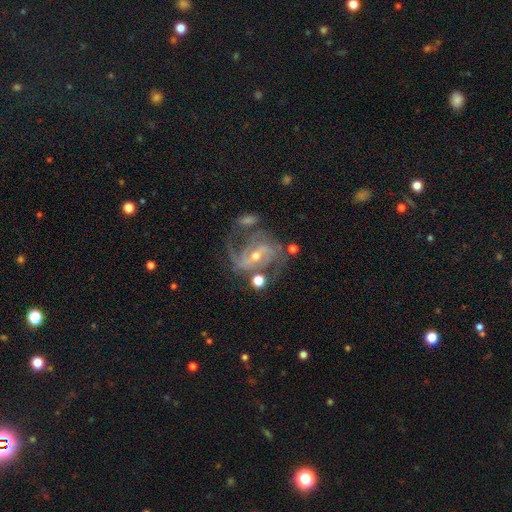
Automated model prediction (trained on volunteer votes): smooth-or-featured: featured or disk: 88% | star or artifact: 7% | smooth: 5%
  disk-edge-on: no: 97% | yes: 3%
    bar: strong: 40% | weak: 38% | no: 22%
    has-spiral-arms: yes: 97% | no: 3%
      spiral-winding: medium: 53% | tight: 28% | loose: 18%
      spiral-arm-count: 2: 65% | 3: 17% | can't tell: 9% | 1: 4% | 4: 4% | more than 4: 3%
    bulge-size: small: 54% | moderate: 43% | large: 1% | none: 1% | dominant: 1%
  merging: none: 56% | minor disturbance: 18% | major disturbance: 15% | merger: 11%